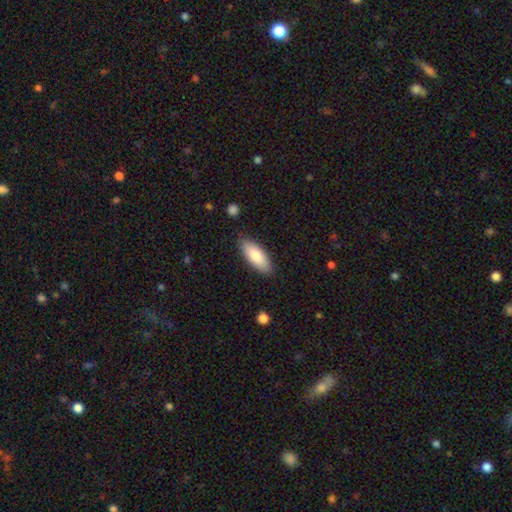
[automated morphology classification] A smooth galaxy with no disk features (83%) that is in between round and cigar-shaped (75%). Merging: none (84%).